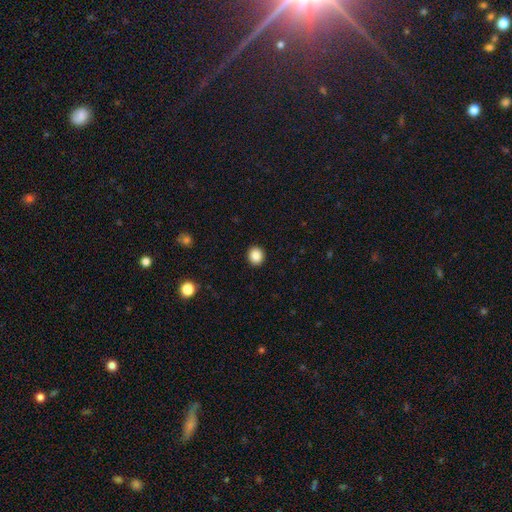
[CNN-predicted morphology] Smooth or featured?
  - smooth: 87% *
  - star or artifact: 9%
  - featured or disk: 3%
How rounded?
  - round: 80% *
  - in between: 19%
  - cigar-shaped: 1%
Merging?
  - none: 92% *
  - minor disturbance: 5%
  - major disturbance: 2%
  - merger: 1%